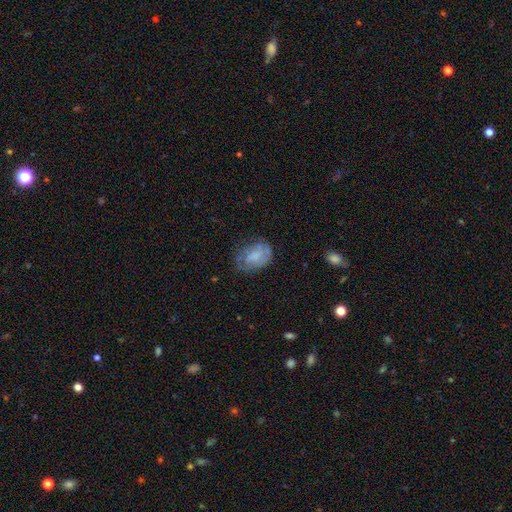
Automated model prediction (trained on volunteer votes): The model was most divided on "smooth or featured": smooth: 52%, featured or disk: 38%, star or artifact: 10%. More confident: how rounded — in between (73%); merging — none (53%).